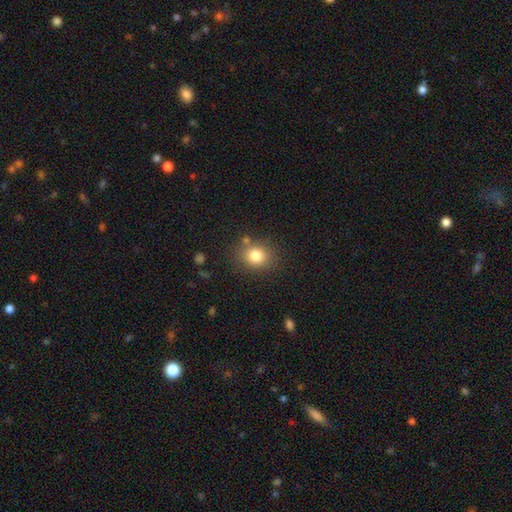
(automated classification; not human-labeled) smooth_or_featured: smooth (p=0.80) [alt: star or artifact p=0.12]
how_rounded: round (p=0.70) [alt: in between p=0.29]
merging: none (p=0.78) [alt: minor disturbance p=0.11]